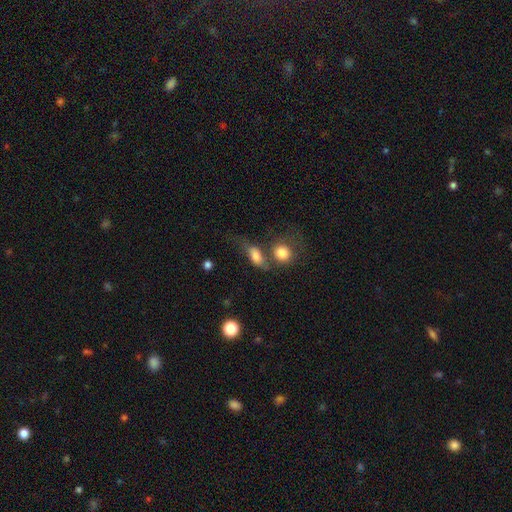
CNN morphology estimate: smooth_or_featured: smooth (p=0.77) [alt: featured or disk p=0.14]
how_rounded: in between (p=0.74) [alt: round p=0.17]
merging: none (p=0.35) [alt: merger p=0.33]